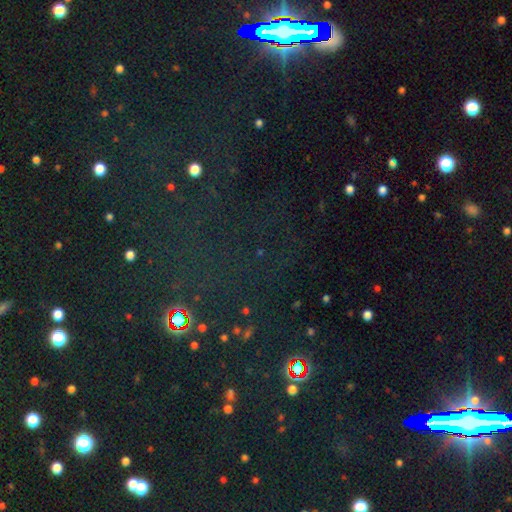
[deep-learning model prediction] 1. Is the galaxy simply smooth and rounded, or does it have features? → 74% star or artifact, 17% smooth, 9% featured or disk.